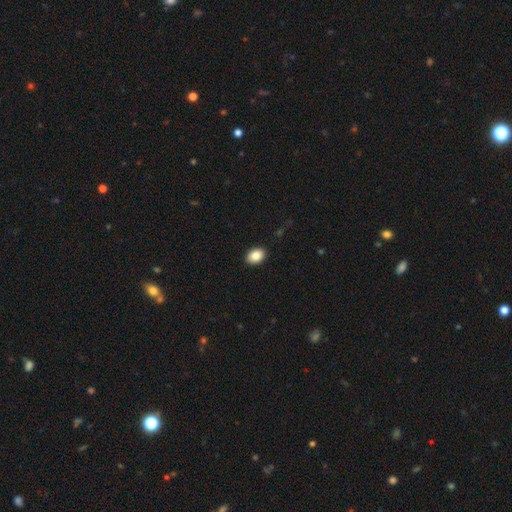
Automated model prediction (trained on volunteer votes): smooth-or-featured: smooth: 87% | star or artifact: 8% | featured or disk: 5%
  how-rounded: in between: 74% | round: 25% | cigar-shaped: 1%
  merging: none: 91% | minor disturbance: 6% | major disturbance: 2% | merger: 1%